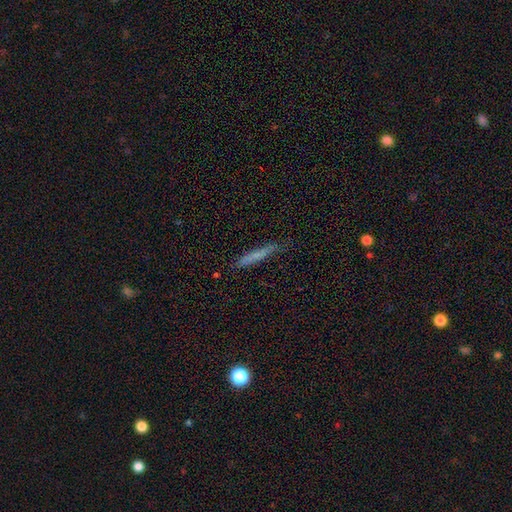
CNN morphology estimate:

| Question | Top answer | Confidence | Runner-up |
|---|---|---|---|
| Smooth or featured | smooth | 66% | featured or disk (25%) |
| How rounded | cigar-shaped | 95% | in between (4%) |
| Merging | none | 80% | minor disturbance (16%) |